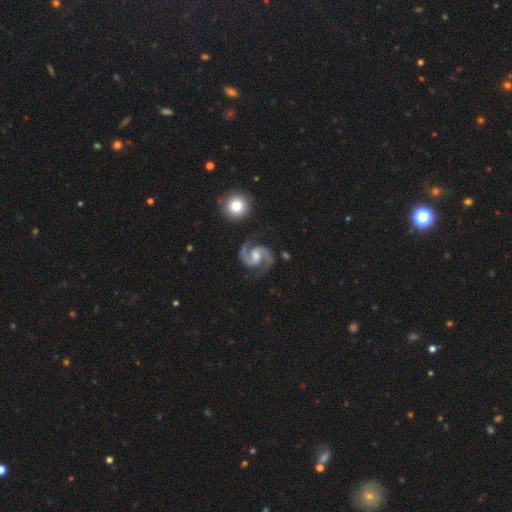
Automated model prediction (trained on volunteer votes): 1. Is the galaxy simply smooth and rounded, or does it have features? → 93% featured or disk, 4% star or artifact, 3% smooth.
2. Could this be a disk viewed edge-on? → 98% no, 2% yes.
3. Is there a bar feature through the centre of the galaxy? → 47% weak, 33% no, 21% strong.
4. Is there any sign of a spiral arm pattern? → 99% yes, 1% no.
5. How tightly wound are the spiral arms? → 66% medium, 21% tight, 13% loose.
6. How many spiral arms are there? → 95% 2, 1% can't tell, 1% 1, 1% 3, 1% 4, 1% more than 4.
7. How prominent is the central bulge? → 53% moderate, 35% small, 6% none, 5% large, 1% dominant.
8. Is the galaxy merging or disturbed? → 81% none, 12% minor disturbance, 4% major disturbance, 3% merger.